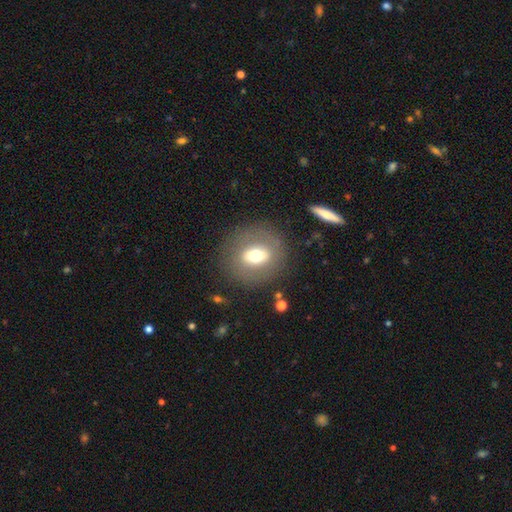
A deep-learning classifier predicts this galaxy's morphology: Overall: smooth (53%; featured or disk 37%). How rounded: round (73%). Merging: none (82%).